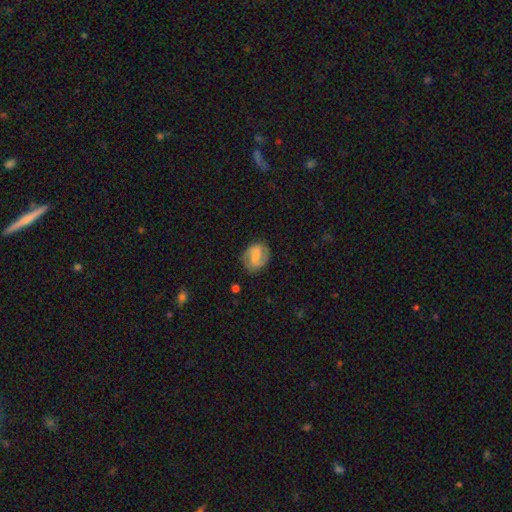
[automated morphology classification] The model was most divided on "bulge size": small: 43%, moderate: 29%, none: 23%, large: 4%, dominant: 1%. Remaining: edge-on disk — no (97%); spiral arms — yes (87%); spiral arm count — 2 (86%); merging — none (80%); smooth or featured — featured or disk (62%); bar — weak (49%); spiral winding — medium (47%).